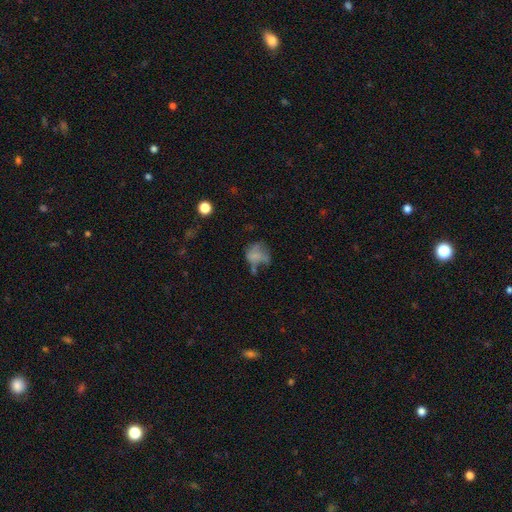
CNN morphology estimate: smooth 60%, featured or disk 27%, star or artifact 14%. Down the decision tree: how rounded — round (54%); merging — major disturbance (33%).